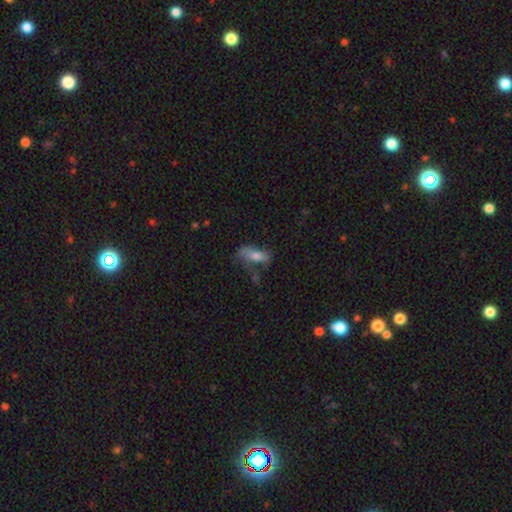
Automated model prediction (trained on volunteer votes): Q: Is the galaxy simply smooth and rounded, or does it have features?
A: smooth — 64%.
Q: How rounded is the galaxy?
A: in between — 77%.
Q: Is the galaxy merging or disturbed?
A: none — 43%.